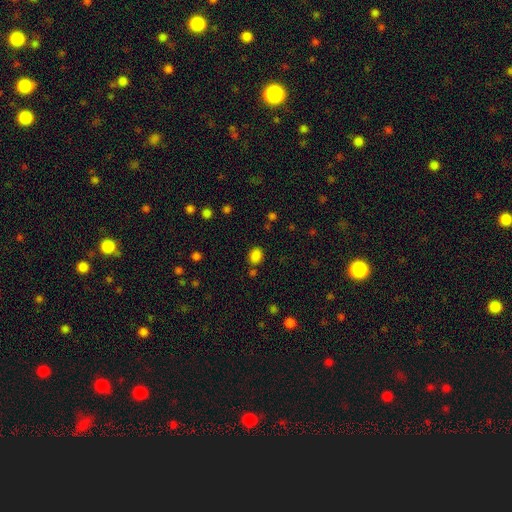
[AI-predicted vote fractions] Q: Smooth or featured?
A: smooth (83%); runner-up: star or artifact (13%)
Q: How rounded?
A: in between (54%); runner-up: round (45%)
Q: Merging?
A: none (80%); runner-up: minor disturbance (11%)